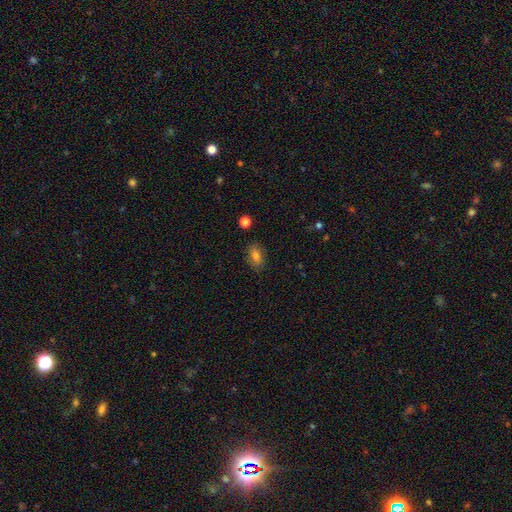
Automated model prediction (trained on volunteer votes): This is likely a smooth galaxy (77%). How rounded: clearly in between (84%). Merging: clearly none (85%).